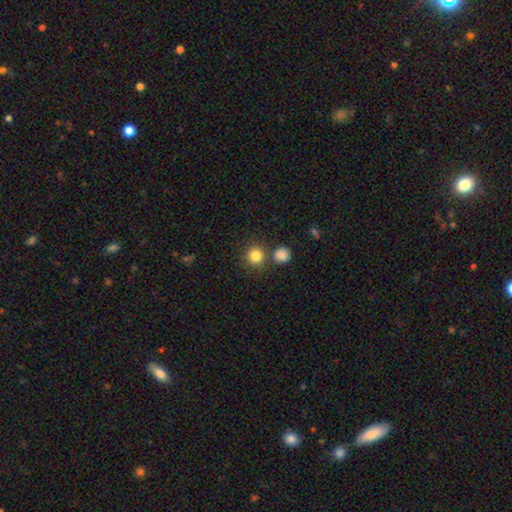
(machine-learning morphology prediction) A smooth galaxy with no disk features (84%) that is round (91%). Merging: none (76%).